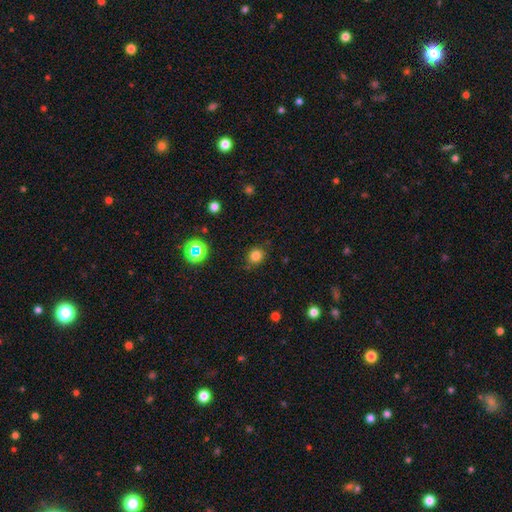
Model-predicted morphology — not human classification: smooth-or-featured: smooth: 79% | star or artifact: 16% | featured or disk: 5%
  how-rounded: round: 83% | in between: 16% | cigar-shaped: 1%
  merging: none: 82% | minor disturbance: 13% | major disturbance: 3% | merger: 2%